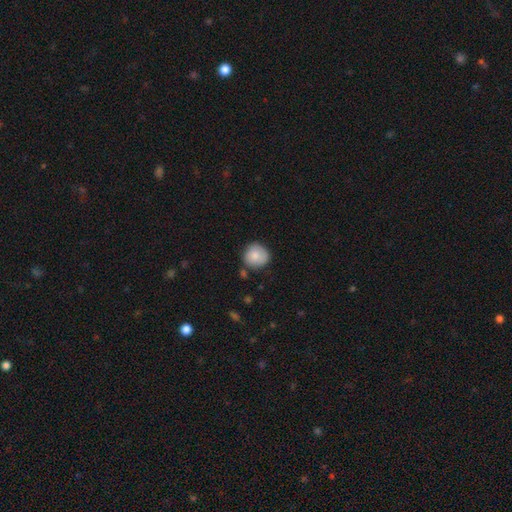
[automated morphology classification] The model was most divided on "merging": none: 76%, minor disturbance: 17%, merger: 4%, major disturbance: 3%. More confident: how rounded — round (90%); smooth or featured — smooth (84%).